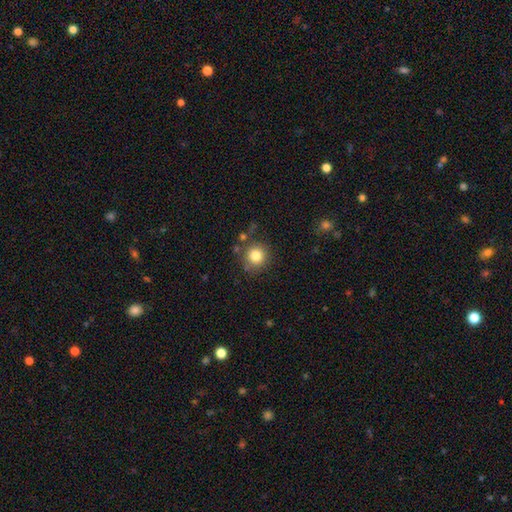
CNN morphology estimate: A smooth galaxy with no disk features (81%) that is round (93%).

Vote fractions:
- Smooth or featured? smooth: 81% / star or artifact: 11% / featured or disk: 7%
- How rounded? round: 93% / in between: 6% / cigar-shaped: 1%
- Merging? none: 80% / minor disturbance: 10% / merger: 5% / major disturbance: 4%